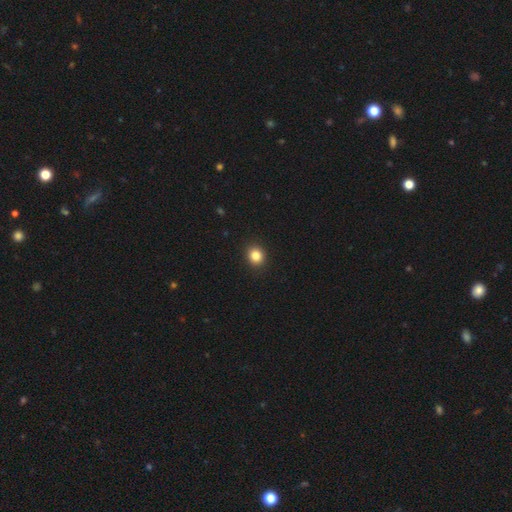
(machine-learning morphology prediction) smooth 85%, star or artifact 11%, featured or disk 4%. Down the decision tree: how rounded — round (77%); merging — none (92%).